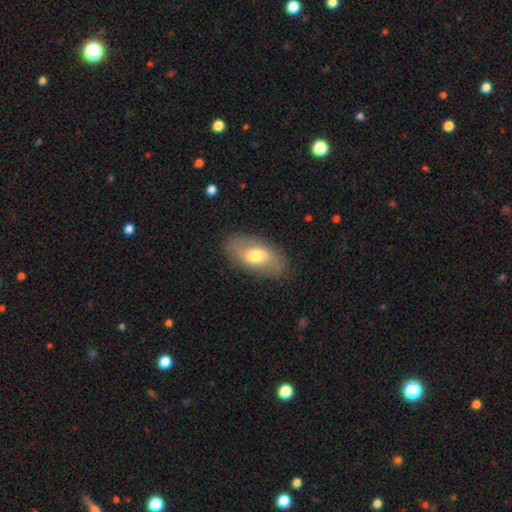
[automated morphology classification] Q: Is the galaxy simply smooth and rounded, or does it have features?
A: smooth — 59%.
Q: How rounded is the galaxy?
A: in between — 91%.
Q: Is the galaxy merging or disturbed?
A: none — 84%.